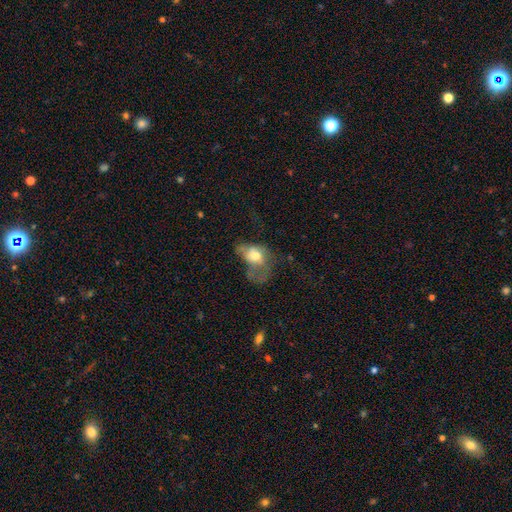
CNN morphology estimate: Smooth or featured: smooth — 55% (featured or disk — 35%)
How rounded: in between — 72% (round — 27%)
Merging: major disturbance — 58% (minor disturbance — 19%)